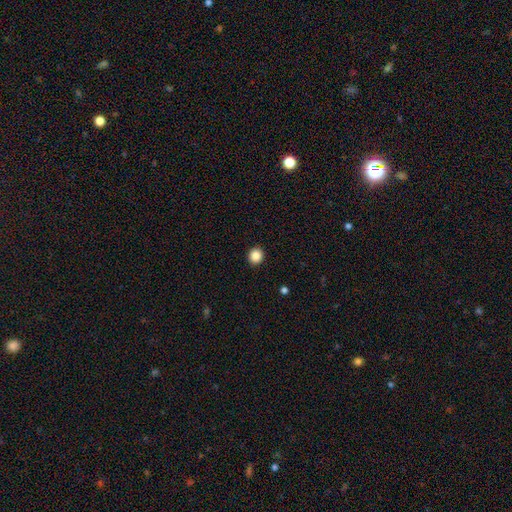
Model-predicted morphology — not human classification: smooth-or-featured: smooth: 87% | star or artifact: 10% | featured or disk: 3%
  how-rounded: round: 87% | in between: 12% | cigar-shaped: 1%
  merging: none: 93% | minor disturbance: 5% | major disturbance: 2% | merger: 1%